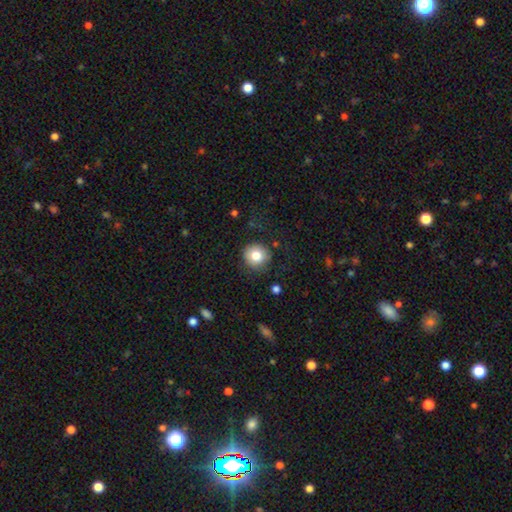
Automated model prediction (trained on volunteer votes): Smooth or featured? smooth (80%)
How rounded? round (93%)
Merging? none (83%)